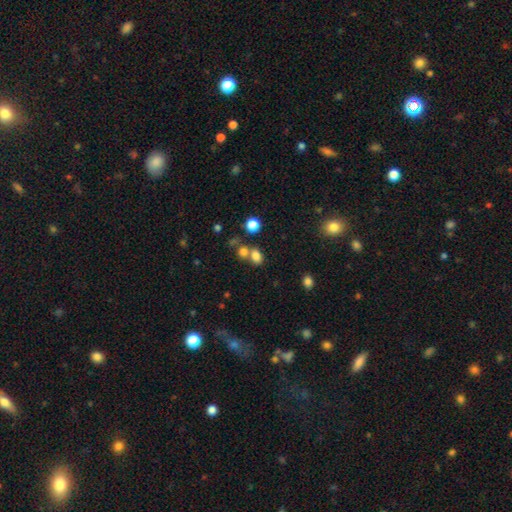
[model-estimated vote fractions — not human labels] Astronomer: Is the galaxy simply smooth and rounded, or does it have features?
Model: smooth — 78%.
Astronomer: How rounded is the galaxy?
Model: in between — 68%.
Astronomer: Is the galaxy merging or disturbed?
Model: none — 49% (runner-up: merger, 36%).